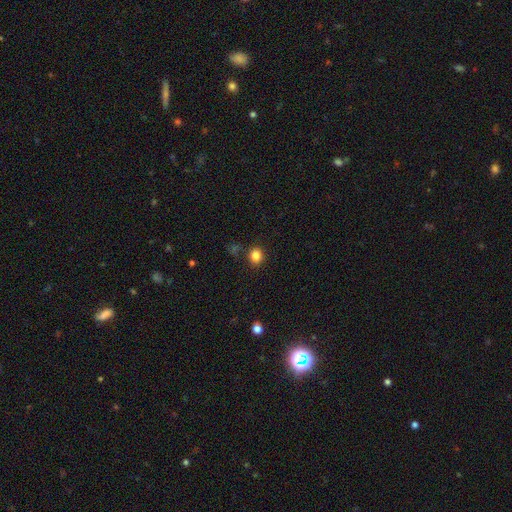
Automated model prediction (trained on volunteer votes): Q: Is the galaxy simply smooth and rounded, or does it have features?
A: smooth — 84%.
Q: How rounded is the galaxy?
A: round — 72%.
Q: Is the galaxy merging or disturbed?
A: none — 84%.